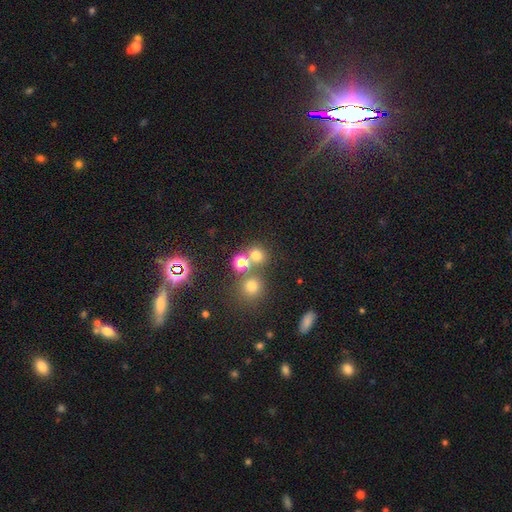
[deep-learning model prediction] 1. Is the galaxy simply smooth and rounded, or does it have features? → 69% smooth, 23% star or artifact, 8% featured or disk.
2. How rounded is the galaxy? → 84% round, 15% in between, 1% cigar-shaped.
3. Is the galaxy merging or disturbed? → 65% none, 23% merger, 8% minor disturbance, 4% major disturbance.